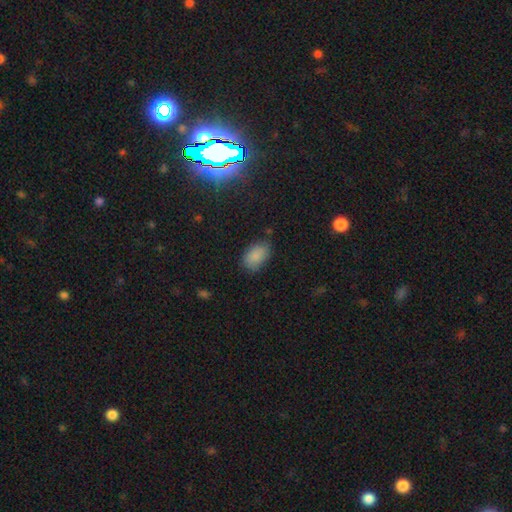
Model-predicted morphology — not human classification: smooth_or_featured: smooth (p=0.87) [alt: star or artifact p=0.08]
how_rounded: in between (p=0.91) [alt: round p=0.08]
merging: none (p=0.76) [alt: minor disturbance p=0.18]